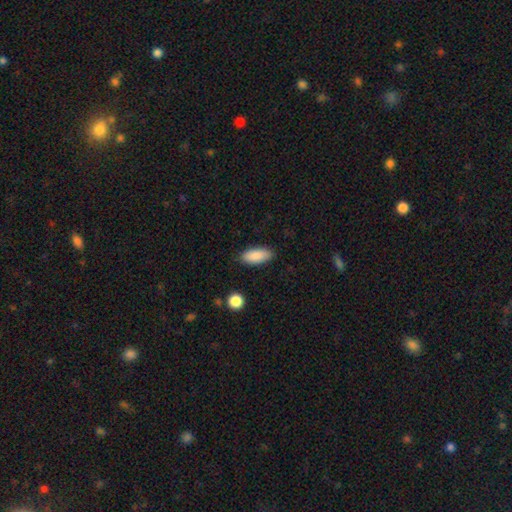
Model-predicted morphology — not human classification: smooth_or_featured: smooth (p=0.89) [alt: star or artifact p=0.06]
how_rounded: in between (p=0.86) [alt: cigar-shaped p=0.12]
merging: none (p=0.85) [alt: minor disturbance p=0.11]